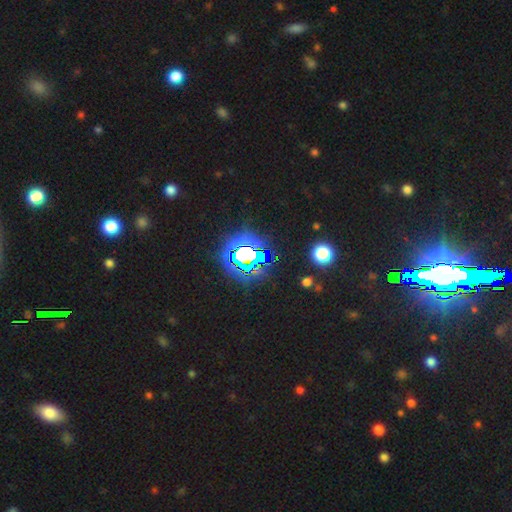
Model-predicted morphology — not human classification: Smooth or featured?
  - star or artifact: 76% *
  - smooth: 12%
  - featured or disk: 11%